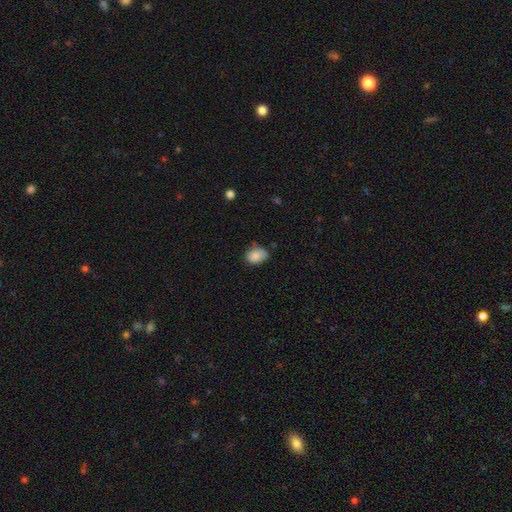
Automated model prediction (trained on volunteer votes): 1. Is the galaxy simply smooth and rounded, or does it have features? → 85% smooth, 8% star or artifact, 7% featured or disk.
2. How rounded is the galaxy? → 69% in between, 30% round, 1% cigar-shaped.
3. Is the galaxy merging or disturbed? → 60% none, 32% minor disturbance, 5% major disturbance, 2% merger.